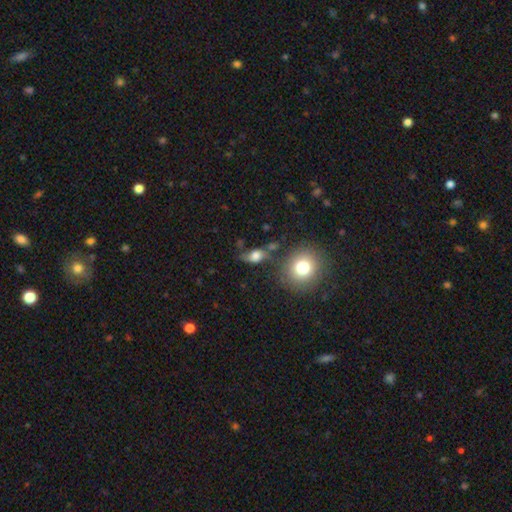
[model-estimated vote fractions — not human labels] Overall: smooth (57%; featured or disk 30%). How rounded: in between (67%). Merging: none (46%; minor disturbance 23%).